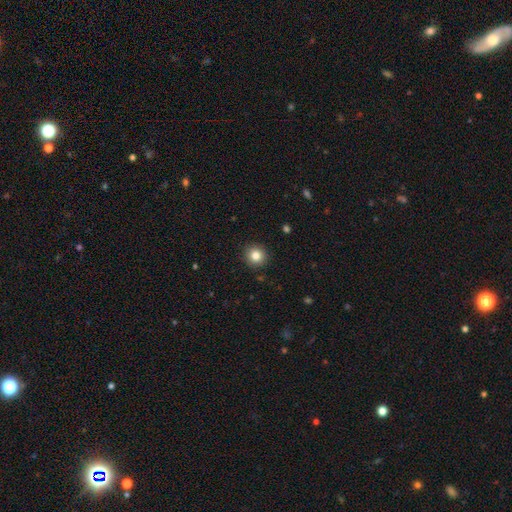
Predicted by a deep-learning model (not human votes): Morphology: type=smooth (84%); roundness=round (93%); merging=none (91%).